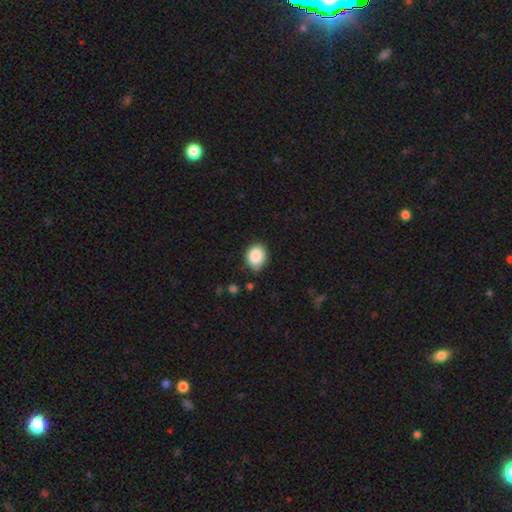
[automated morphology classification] This appears to be a smooth galaxy with no disk features (87%) that is round (51%). Merging: none (74%).